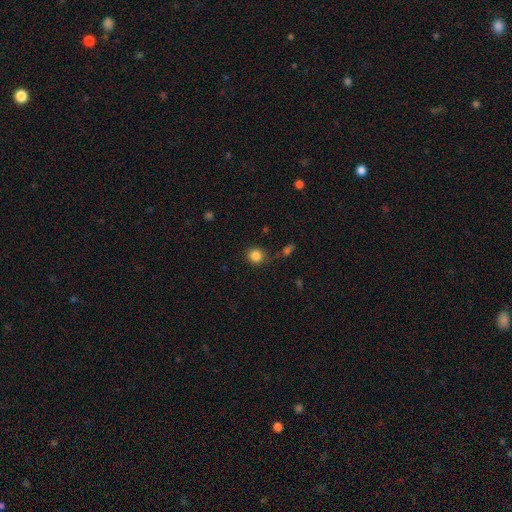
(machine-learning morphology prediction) Overall: smooth (84%). How rounded: round (90%). Merging: none (84%).